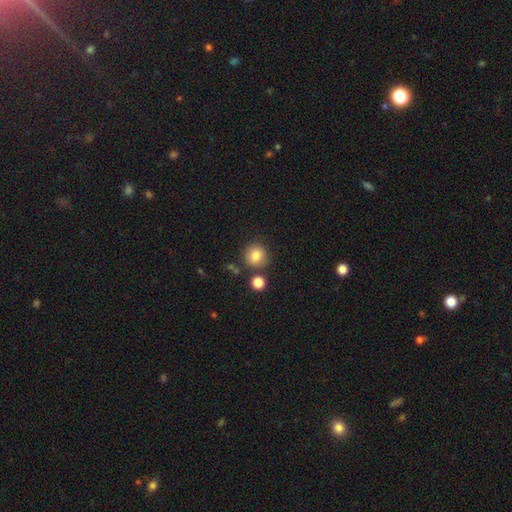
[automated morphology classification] smooth 83%, star or artifact 11%, featured or disk 7%. Down the decision tree: how rounded — round (92%); merging — none (80%).